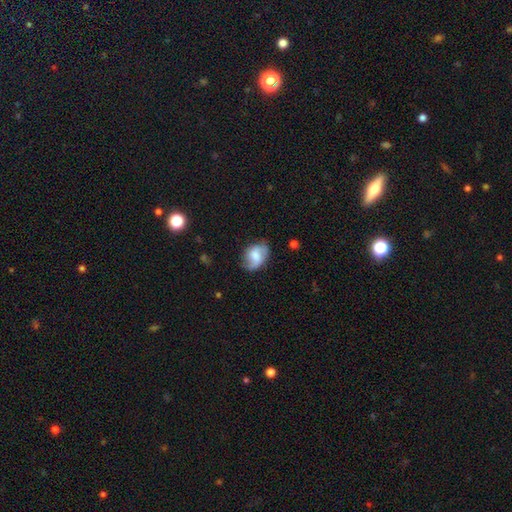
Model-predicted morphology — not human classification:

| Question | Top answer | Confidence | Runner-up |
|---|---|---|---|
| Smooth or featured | smooth | 52% | featured or disk (40%) |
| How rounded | in between | 77% | round (22%) |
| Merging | none | 61% | minor disturbance (28%) |